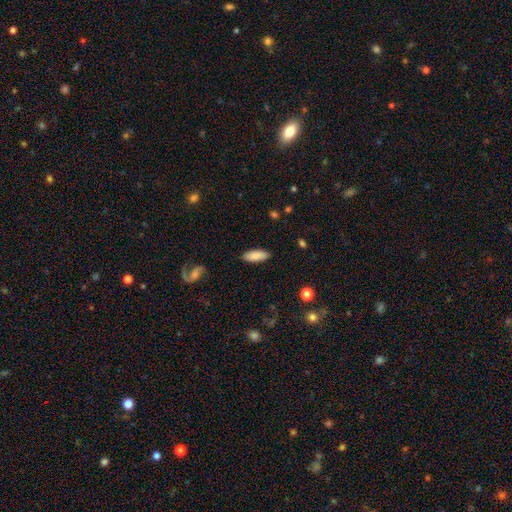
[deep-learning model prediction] Q: Smooth or featured?
A: smooth (87%); runner-up: featured or disk (7%)
Q: How rounded?
A: in between (70%); runner-up: cigar-shaped (28%)
Q: Merging?
A: none (87%); runner-up: minor disturbance (9%)